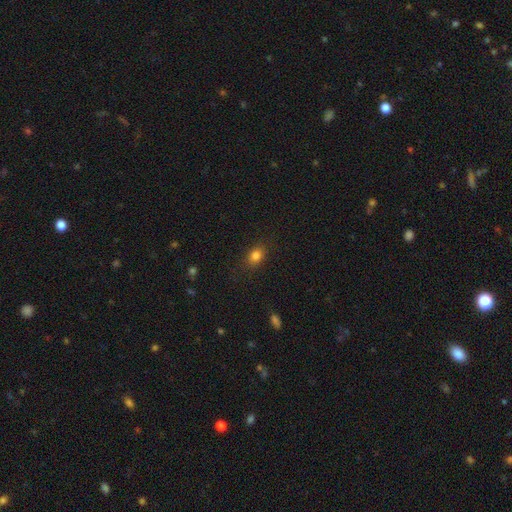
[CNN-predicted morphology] Smooth or featured? smooth (82%)
How rounded? in between (63%)
Merging? none (83%)